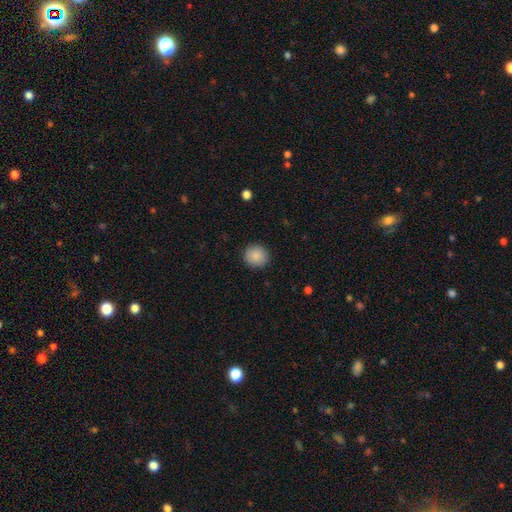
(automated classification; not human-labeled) smooth 88%, star or artifact 8%, featured or disk 4%. Down the decision tree: how rounded — round (92%); merging — none (91%).